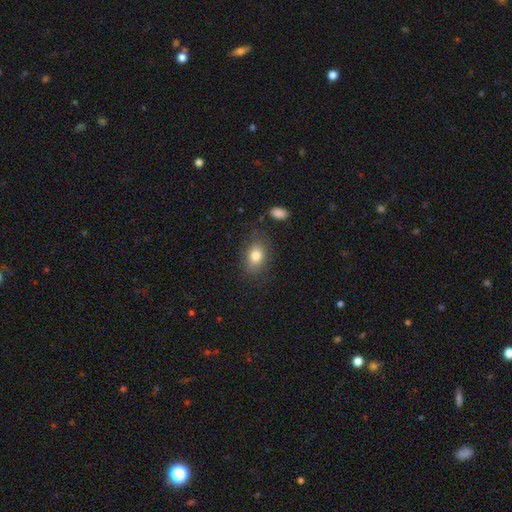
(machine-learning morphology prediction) This appears to be a smooth galaxy with no disk features (80%) that is in between round and cigar-shaped (73%). Merging: none (78%).